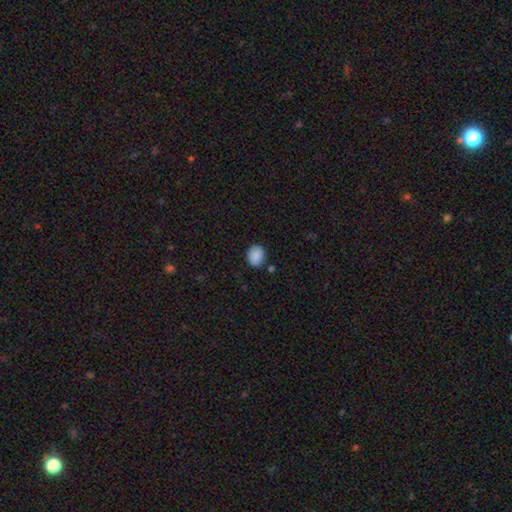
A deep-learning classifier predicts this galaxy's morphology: Smooth or featured?
  - smooth: 88% *
  - star or artifact: 8%
  - featured or disk: 4%
How rounded?
  - round: 50% *
  - in between: 49%
  - cigar-shaped: 1%
Merging?
  - none: 78% *
  - minor disturbance: 15%
  - merger: 4%
  - major disturbance: 3%